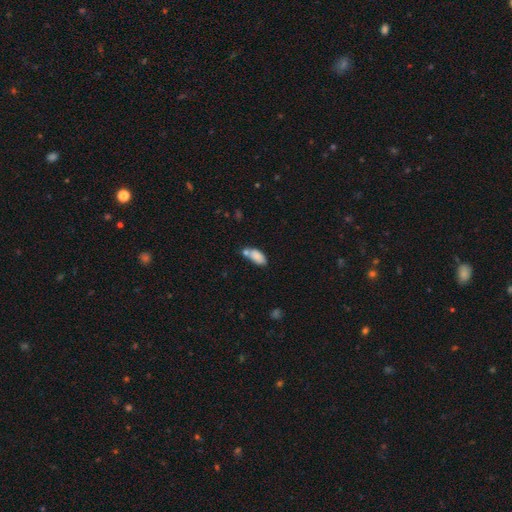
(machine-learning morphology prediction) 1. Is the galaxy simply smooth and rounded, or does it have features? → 83% smooth, 9% featured or disk, 8% star or artifact.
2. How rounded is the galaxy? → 88% in between, 9% cigar-shaped, 3% round.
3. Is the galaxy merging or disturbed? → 44% none, 33% merger, 17% minor disturbance, 6% major disturbance.